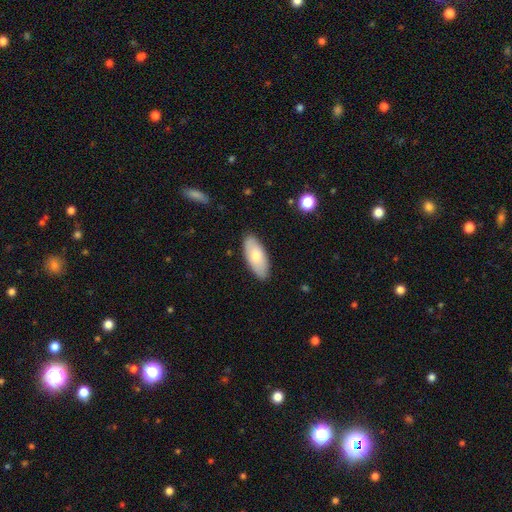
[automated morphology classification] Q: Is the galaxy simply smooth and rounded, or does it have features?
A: smooth — 71%.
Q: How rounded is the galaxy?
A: in between — 89%.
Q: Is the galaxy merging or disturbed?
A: none — 87%.